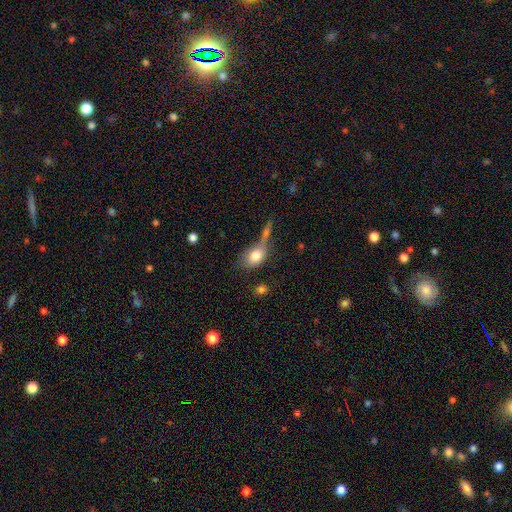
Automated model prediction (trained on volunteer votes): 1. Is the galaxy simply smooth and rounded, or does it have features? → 77% smooth, 15% featured or disk, 8% star or artifact.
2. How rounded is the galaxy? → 74% in between, 23% round, 3% cigar-shaped.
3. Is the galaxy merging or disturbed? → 34% none (tied), 34% merger (tied), 17% minor disturbance, 15% major disturbance.